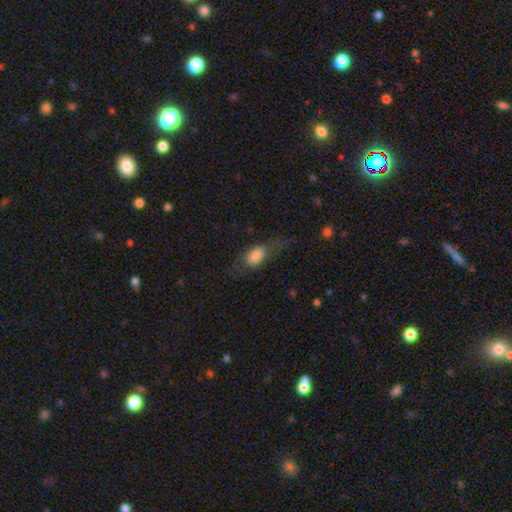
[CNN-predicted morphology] smooth-or-featured: smooth: 69% | featured or disk: 22% | star or artifact: 8%
  how-rounded: in between: 87% | cigar-shaped: 8% | round: 5%
  merging: none: 45% | major disturbance: 29% | minor disturbance: 24% | merger: 2%